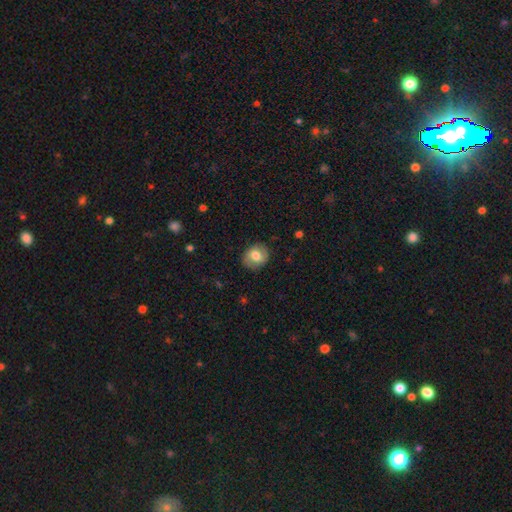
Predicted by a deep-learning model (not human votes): A smooth galaxy with no disk features (69%) that is round (64%).

Vote fractions:
- Smooth or featured? smooth: 69% / featured or disk: 23% / star or artifact: 8%
- How rounded? round: 64% / in between: 35% / cigar-shaped: 1%
- Merging? none: 84% / minor disturbance: 11% / major disturbance: 3% / merger: 1%